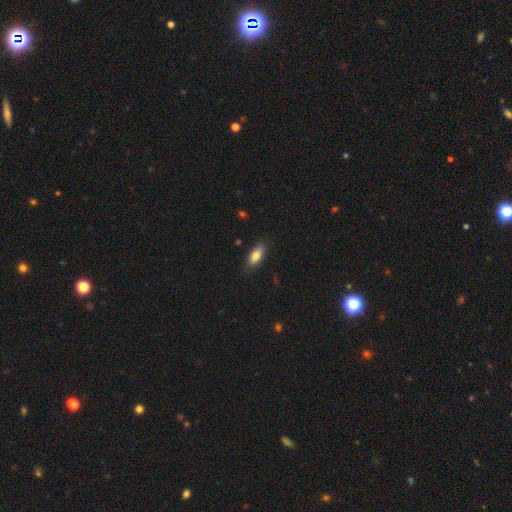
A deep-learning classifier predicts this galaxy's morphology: A smooth galaxy with no disk features (82%) that is in between round and cigar-shaped (82%). Merging: none (83%).